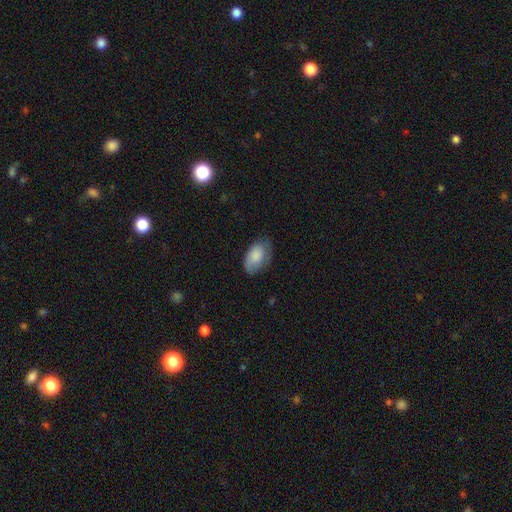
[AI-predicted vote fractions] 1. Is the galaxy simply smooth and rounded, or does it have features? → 81% smooth, 12% featured or disk, 6% star or artifact.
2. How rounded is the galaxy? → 93% in between, 6% round, 1% cigar-shaped.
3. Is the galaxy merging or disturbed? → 64% none, 28% minor disturbance, 7% major disturbance, 1% merger.